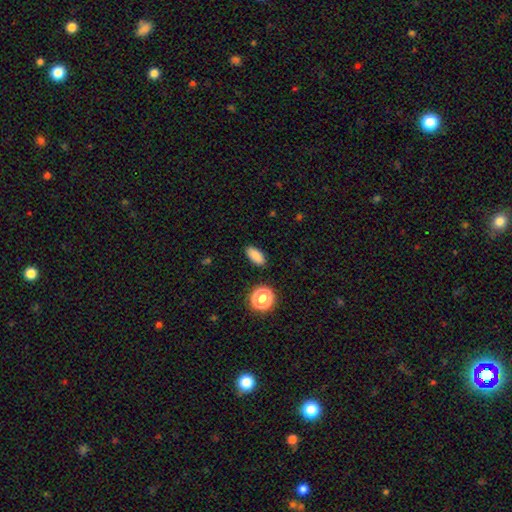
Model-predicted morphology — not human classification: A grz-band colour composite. It shows a smooth galaxy with no disk features (85%) that is in between round and cigar-shaped (83%). Merging: none (88%).